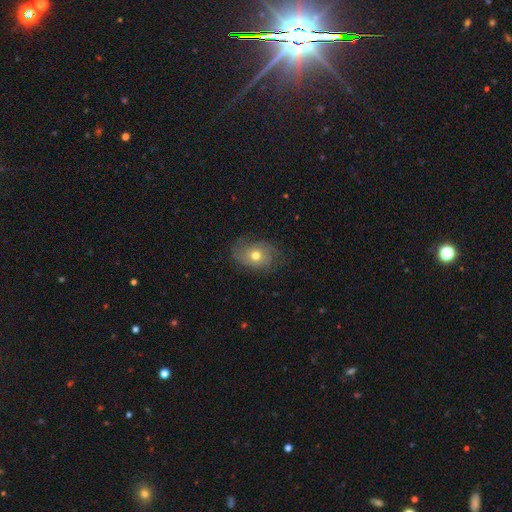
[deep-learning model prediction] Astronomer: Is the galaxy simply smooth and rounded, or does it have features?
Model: featured or disk — 51% (runner-up: smooth, 39%).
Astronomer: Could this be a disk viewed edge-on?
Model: no — 94%.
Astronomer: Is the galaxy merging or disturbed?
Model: none — 66%.